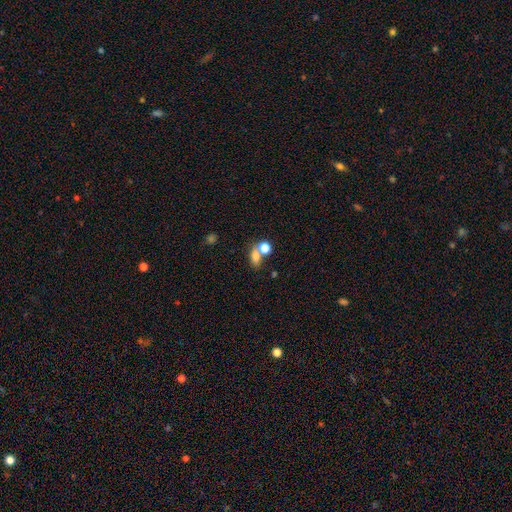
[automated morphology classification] A smooth galaxy with no disk features (75%) that is in between round and cigar-shaped (67%). Merging: merger (42%).